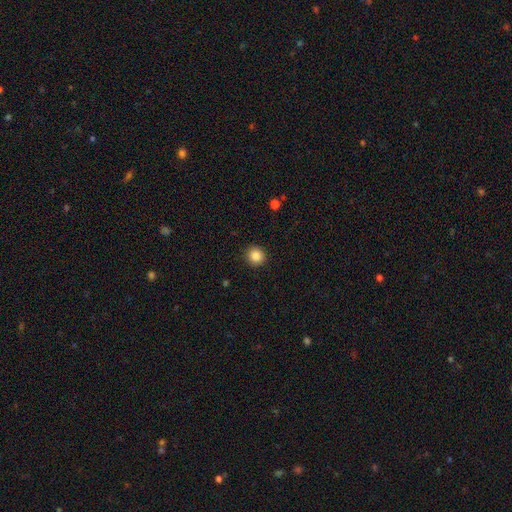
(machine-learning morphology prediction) The model was most divided on "smooth or featured": smooth: 87%, star or artifact: 10%, featured or disk: 3%. More confident: merging — none (92%); how rounded — round (91%).